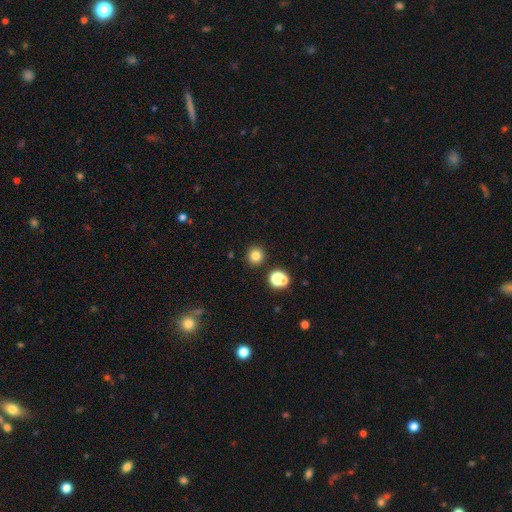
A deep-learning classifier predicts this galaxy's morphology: A smooth galaxy with no disk features (81%) that is round (92%). Merging: none (88%).